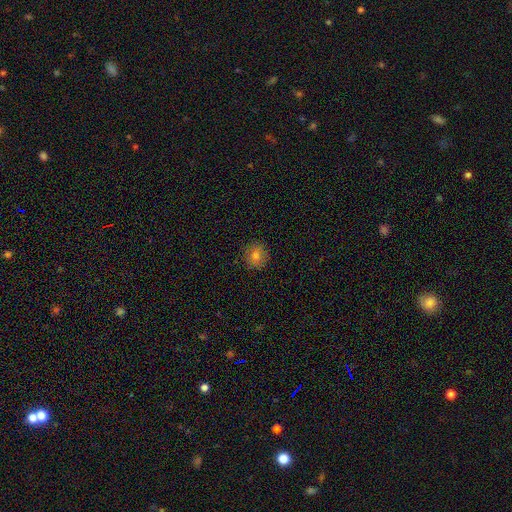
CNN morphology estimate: smooth-or-featured: smooth: 73% | featured or disk: 14% | star or artifact: 14%
  how-rounded: round: 88% | in between: 11% | cigar-shaped: 1%
  merging: none: 88% | minor disturbance: 9% | major disturbance: 2% | merger: 1%